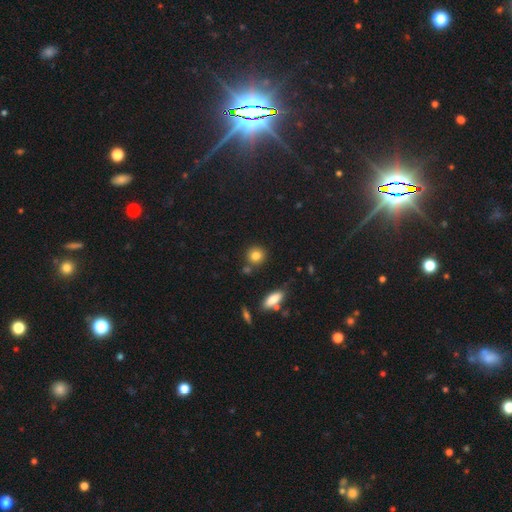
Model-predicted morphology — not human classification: A smooth galaxy with no disk features (82%) that is round (86%). Merging: none (78%).